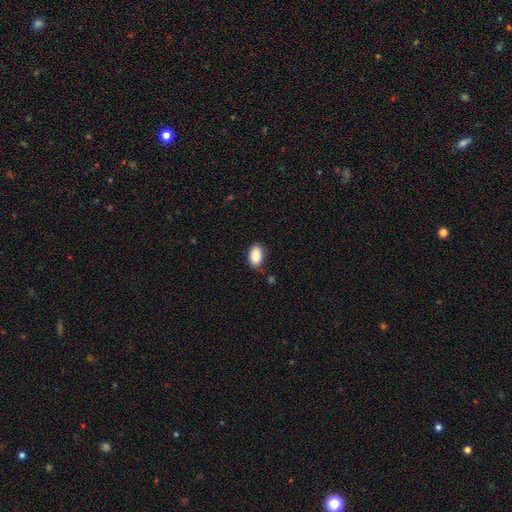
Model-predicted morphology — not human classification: The model was most divided on "merging": none: 73%, minor disturbance: 20%, major disturbance: 4%, merger: 3%. More confident: how rounded — in between (91%); smooth or featured — smooth (88%).